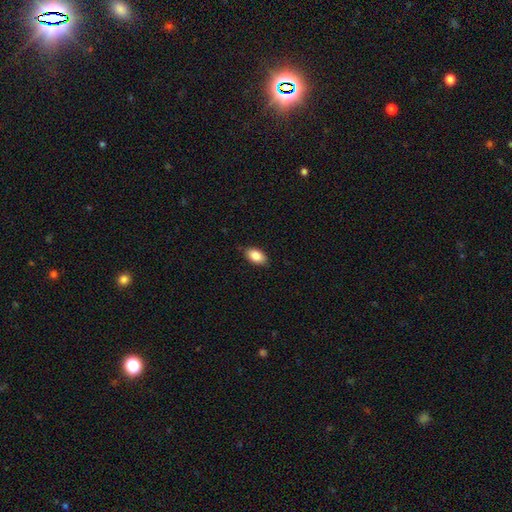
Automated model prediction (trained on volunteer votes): Smooth or featured: smooth — 86% (featured or disk — 7%)
How rounded: in between — 93% (round — 5%)
Merging: none — 85% (minor disturbance — 12%)